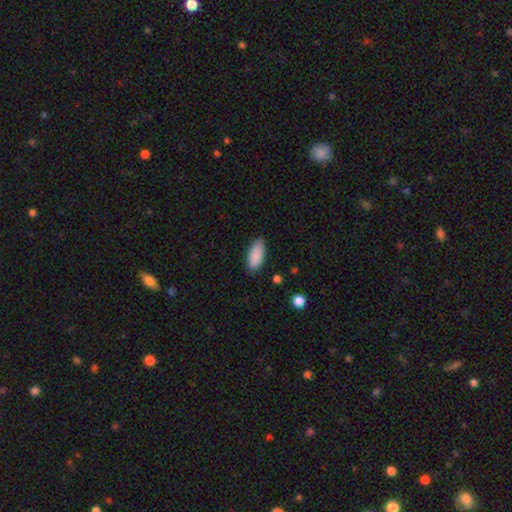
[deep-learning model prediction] This appears to be a smooth galaxy with no disk features (89%) that is in between round and cigar-shaped (86%). Merging: none (83%).